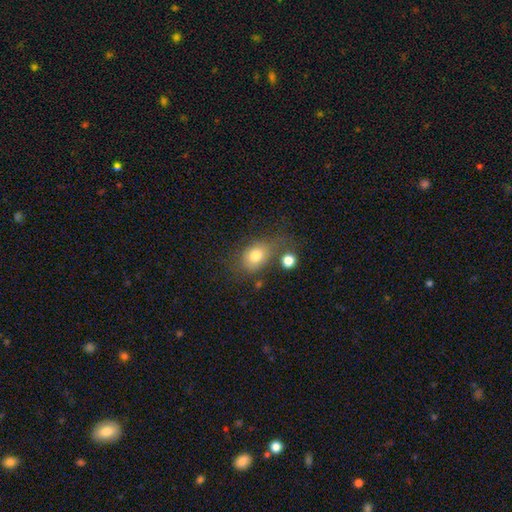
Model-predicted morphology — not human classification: This is likely a smooth galaxy (77%). How rounded: likely in between (61%). Merging: possibly none (51%).